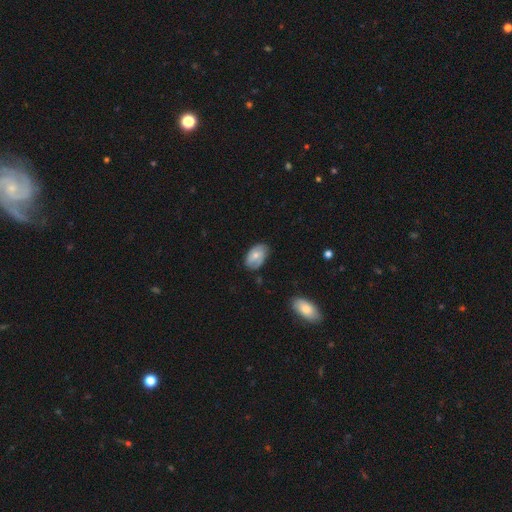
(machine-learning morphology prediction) This is possibly a smooth galaxy (48%). Merging: likely none (70%).